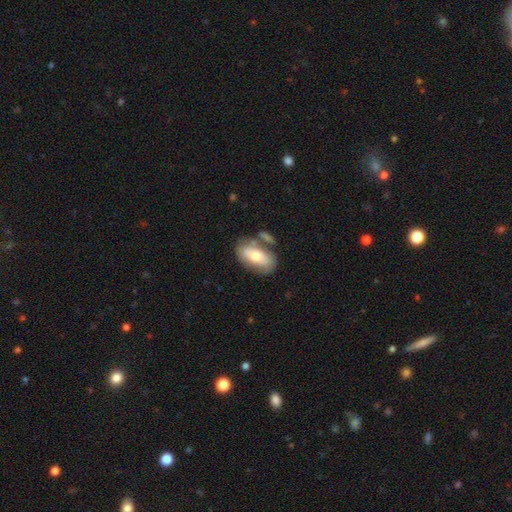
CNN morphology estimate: The model was most divided on "smooth or featured": smooth: 60%, featured or disk: 34%, star or artifact: 6%. More confident: how rounded — in between (90%); merging — none (53%).